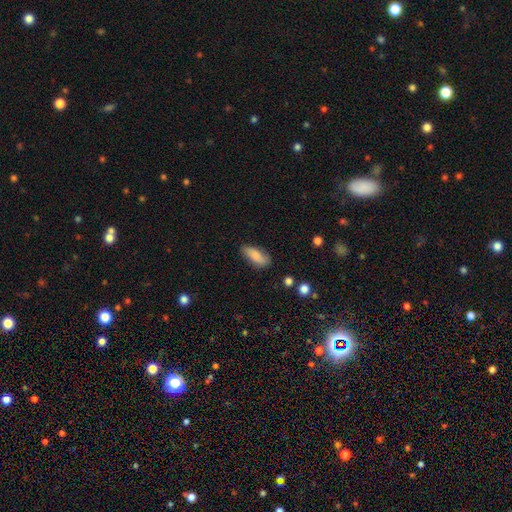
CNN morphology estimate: smooth-or-featured: smooth: 81% | featured or disk: 12% | star or artifact: 7%
  how-rounded: in between: 76% | cigar-shaped: 21% | round: 2%
  merging: none: 77% | minor disturbance: 18% | major disturbance: 3% | merger: 2%